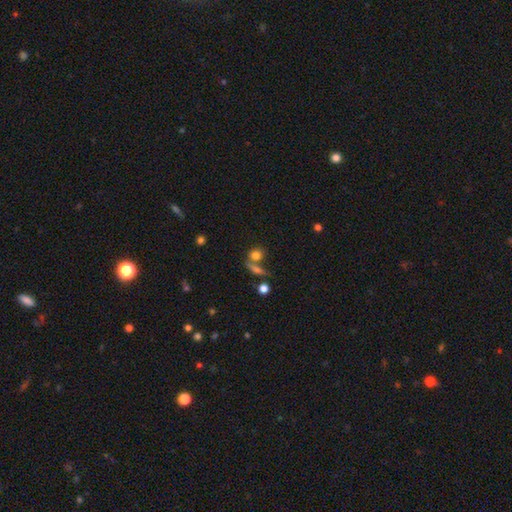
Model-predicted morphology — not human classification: Smooth or featured: smooth — 76% (star or artifact — 12%)
How rounded: round — 62% (in between — 32%)
Merging: none — 51% (merger — 32%)